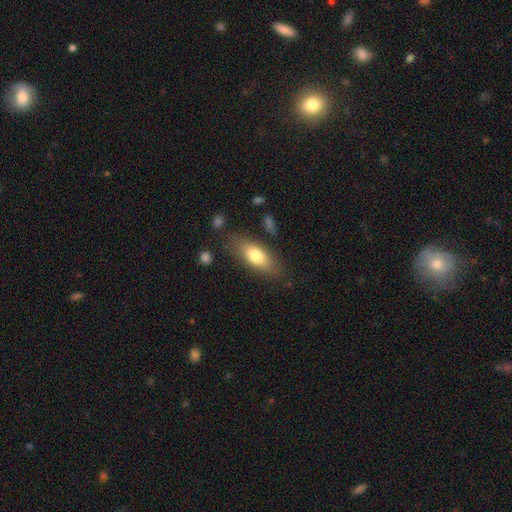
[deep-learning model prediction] smooth-or-featured: smooth: 75% | featured or disk: 18% | star or artifact: 7%
  how-rounded: in between: 77% | cigar-shaped: 19% | round: 4%
  merging: none: 79% | minor disturbance: 14% | major disturbance: 5% | merger: 2%